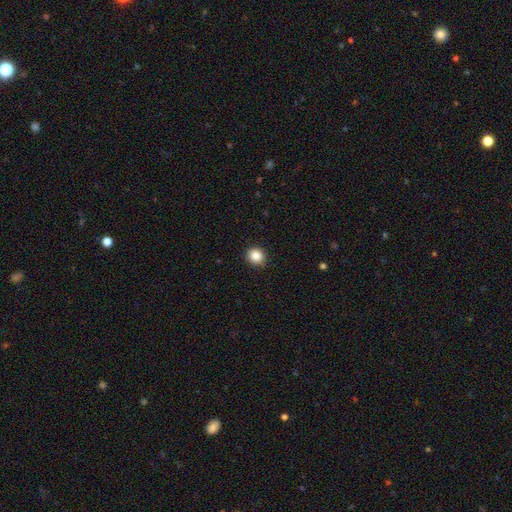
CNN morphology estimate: A smooth galaxy with no disk features (86%) that is round (86%).

Vote fractions:
- Smooth or featured? smooth: 86% / star or artifact: 10% / featured or disk: 4%
- How rounded? round: 86% / in between: 13% / cigar-shaped: 1%
- Merging? none: 91% / minor disturbance: 6% / major disturbance: 2% / merger: 1%